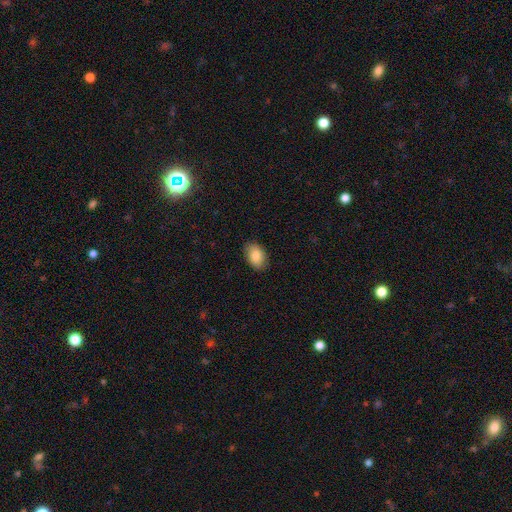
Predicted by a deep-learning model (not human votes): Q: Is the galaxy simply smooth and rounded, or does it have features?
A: smooth — 85%.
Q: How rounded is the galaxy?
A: in between — 85%.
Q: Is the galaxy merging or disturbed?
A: none — 87%.